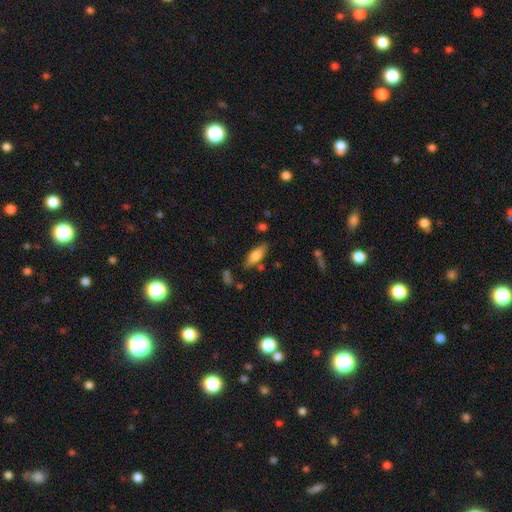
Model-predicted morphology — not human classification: Smooth or featured: smooth — 73% (featured or disk — 21%)
How rounded: in between — 69% (cigar-shaped — 29%)
Merging: none — 76% (minor disturbance — 15%)